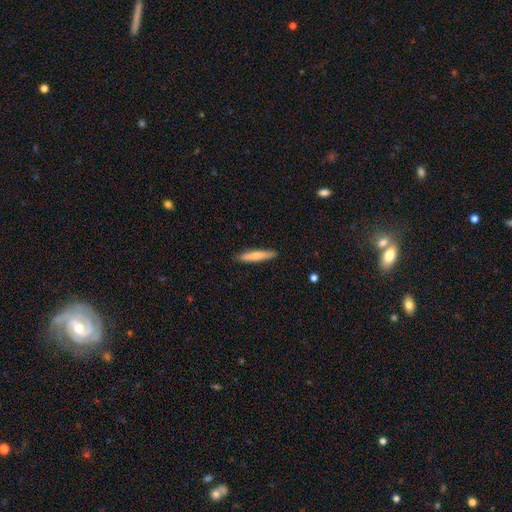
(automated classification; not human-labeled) Smooth or featured: smooth — 69% (featured or disk — 26%)
How rounded: cigar-shaped — 90% (in between — 8%)
Merging: none — 89% (minor disturbance — 8%)